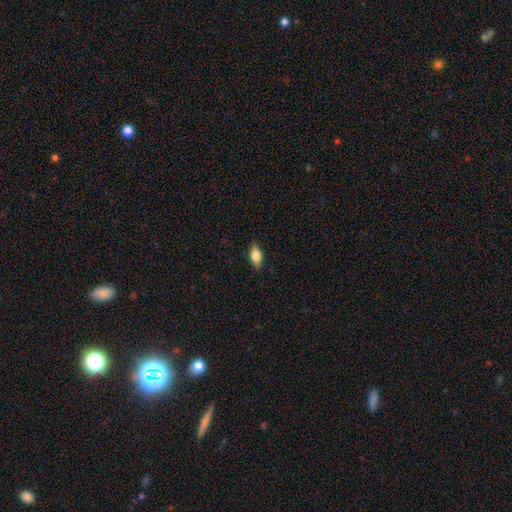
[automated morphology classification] This is likely a smooth galaxy (71%). How rounded: clearly in between (84%). Merging: clearly none (85%).